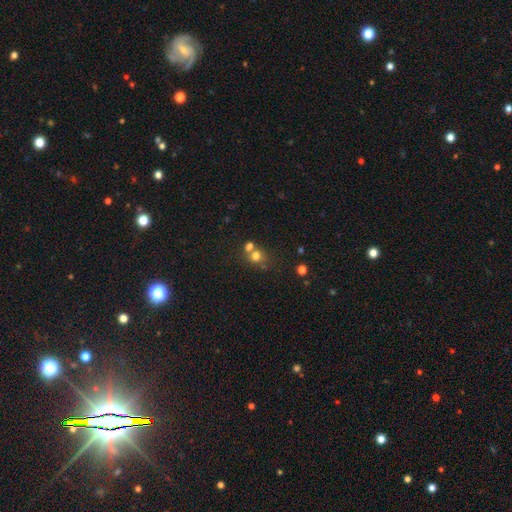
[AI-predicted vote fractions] A smooth galaxy with no disk features (71%) that is round (77%). Merging: none (46%).